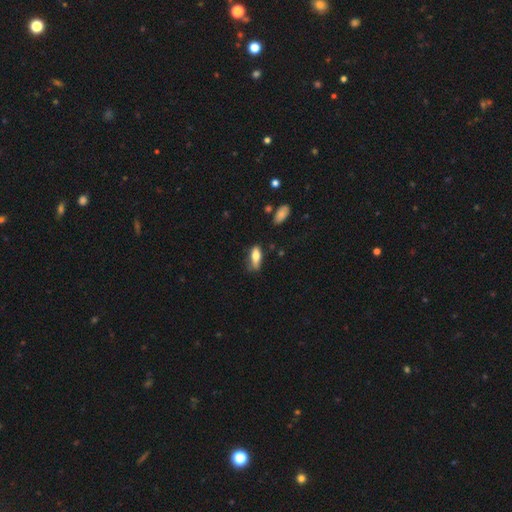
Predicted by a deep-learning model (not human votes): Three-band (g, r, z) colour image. It shows a smooth galaxy with no disk features (74%) that is in between round and cigar-shaped (70%). Merging: none (57%).